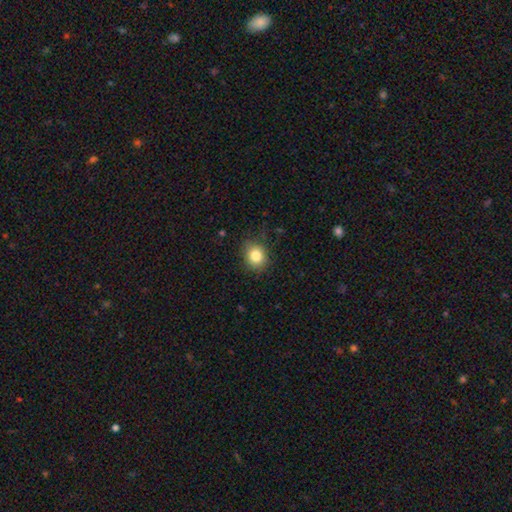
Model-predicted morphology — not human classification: Smooth or featured?
  - smooth: 83% *
  - star or artifact: 10%
  - featured or disk: 7%
How rounded?
  - round: 69% *
  - in between: 30%
  - cigar-shaped: 1%
Merging?
  - none: 85% *
  - minor disturbance: 11%
  - major disturbance: 3%
  - merger: 1%